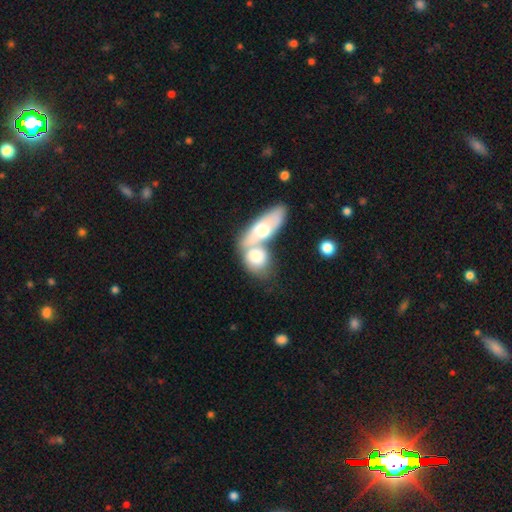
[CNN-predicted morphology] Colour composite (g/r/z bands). It shows a smooth galaxy with no disk features (67%) that is in between round and cigar-shaped (66%). Merging: merger (62%).